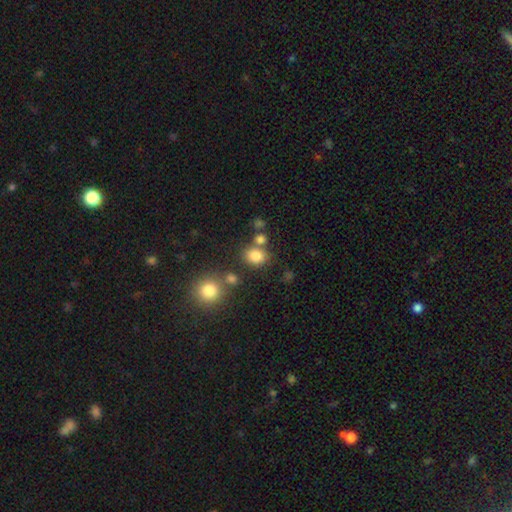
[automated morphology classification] This is clearly a smooth galaxy (81%). How rounded: possibly round (54%). Merging: likely none (65%).